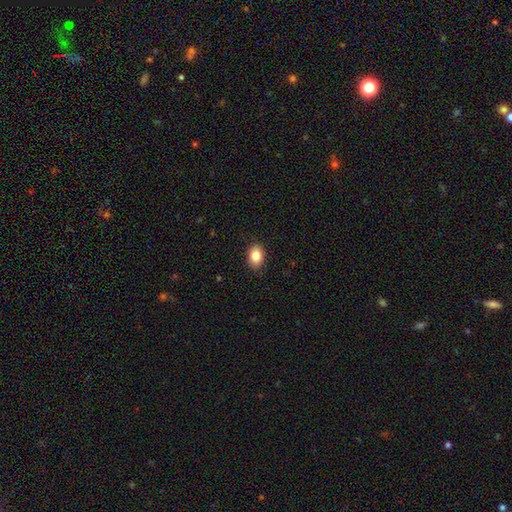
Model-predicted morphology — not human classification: smooth 85%, star or artifact 8%, featured or disk 6%. Down the decision tree: how rounded — in between (79%); merging — none (89%).